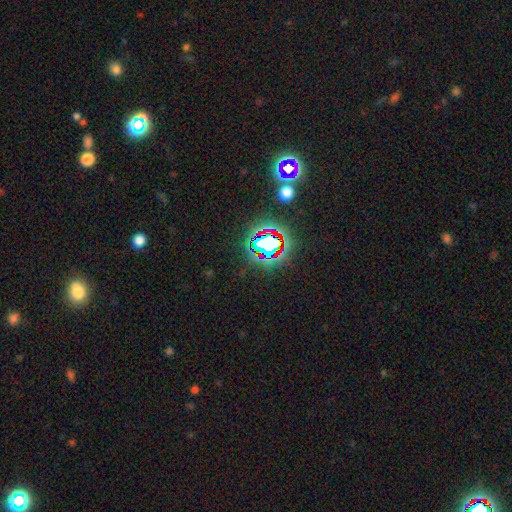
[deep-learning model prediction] Smooth or featured? star or artifact (78%)